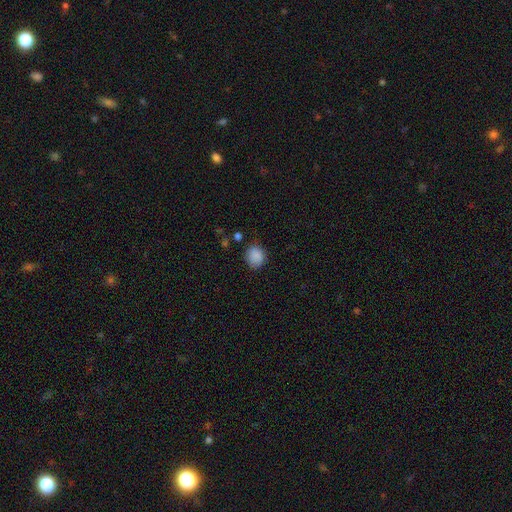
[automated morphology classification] Smooth or featured? smooth (87%)
How rounded? round (73%)
Merging? none (75%)